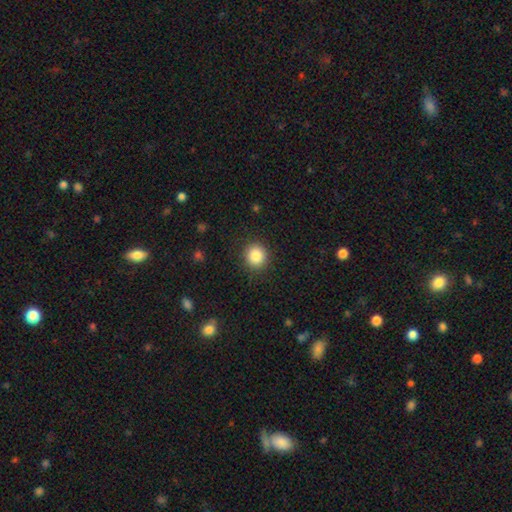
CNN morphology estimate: Smooth or featured? Predicted: smooth (p=0.86). How rounded? Predicted: round (p=0.87). Merging? Predicted: none (p=0.89).